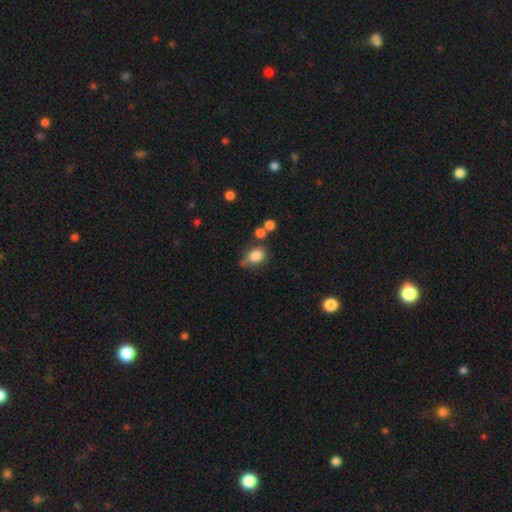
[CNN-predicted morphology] This is clearly a smooth galaxy (81%). How rounded: possibly in between (54%). Merging: possibly none (46%).